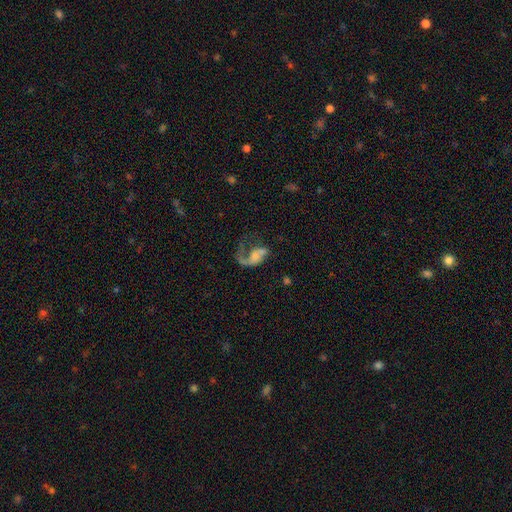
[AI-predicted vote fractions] Smooth or featured?
  - featured or disk: 62% *
  - smooth: 28%
  - star or artifact: 10%
Edge-on disk?
  - no: 97% *
  - yes: 3%
Bar?
  - no: 73% *
  - weak: 21%
  - strong: 6%
Spiral arms?
  - yes: 77% *
  - no: 23%
Bulge size?
  - none: 53% *
  - small: 20%
  - moderate: 13%
  - large: 10%
  - dominant: 4%
Merging?
  - major disturbance: 50% *
  - none: 26%
  - minor disturbance: 14%
  - merger: 10%